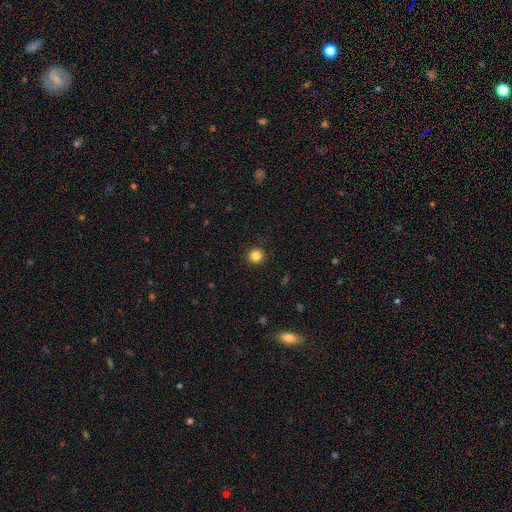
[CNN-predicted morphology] Smooth or featured? Predicted: smooth (p=0.84). How rounded? Predicted: round (p=0.95). Merging? Predicted: none (p=0.92).